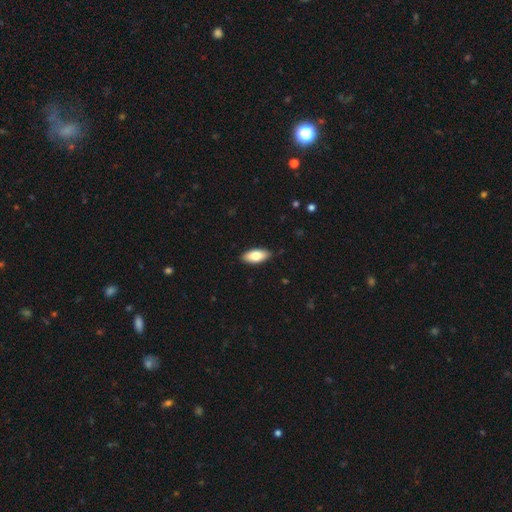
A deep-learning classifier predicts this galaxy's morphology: Q: Smooth or featured?
A: smooth (80%); runner-up: featured or disk (14%)
Q: How rounded?
A: in between (90%); runner-up: cigar-shaped (8%)
Q: Merging?
A: none (89%); runner-up: minor disturbance (8%)